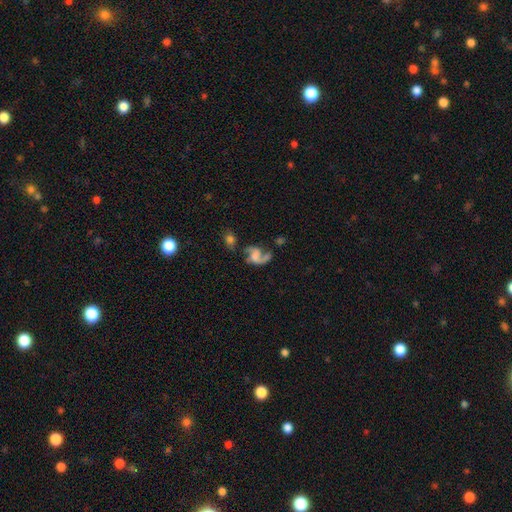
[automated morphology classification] A featured or disk galaxy (72%) with no bar (53%), 2 (73%) loose (66%) spiral arms (87%) and no central bulge (47%). Merging: none (35%).